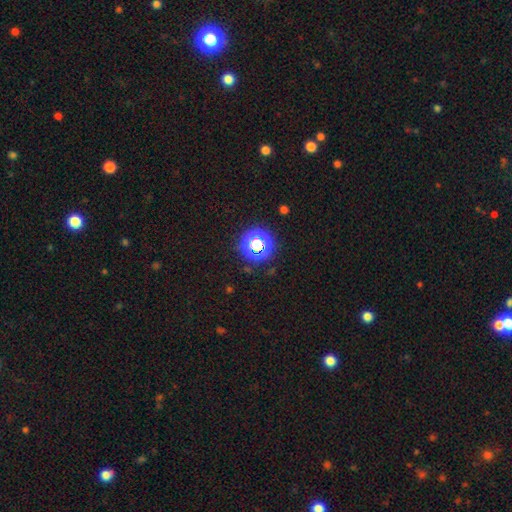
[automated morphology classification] The model was most divided on "smooth or featured": star or artifact: 73%, smooth: 20%, featured or disk: 7%.